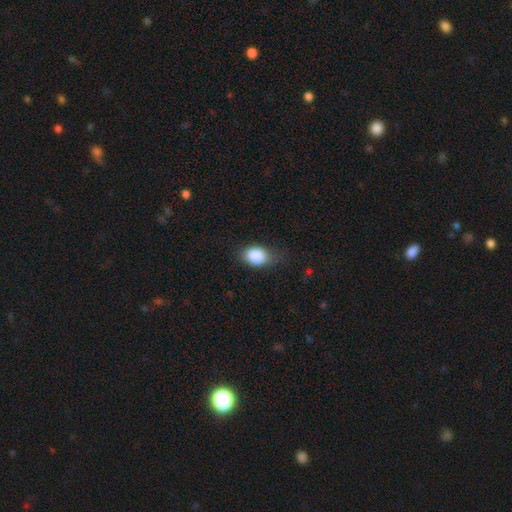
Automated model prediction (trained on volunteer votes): Q: Smooth or featured?
A: smooth (85%); runner-up: star or artifact (8%)
Q: How rounded?
A: in between (70%); runner-up: round (29%)
Q: Merging?
A: none (62%); runner-up: minor disturbance (29%)